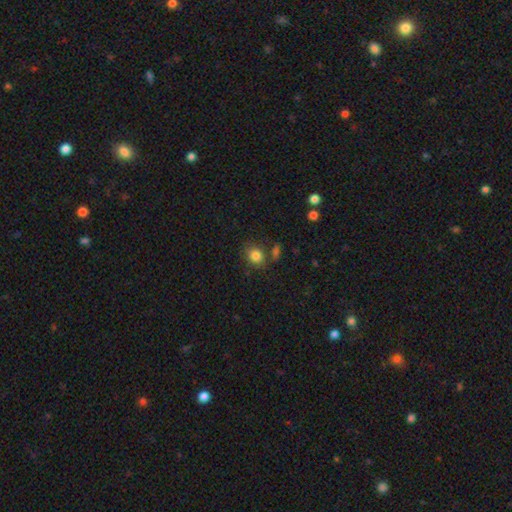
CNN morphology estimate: smooth-or-featured: smooth: 82% | star or artifact: 11% | featured or disk: 7%
  how-rounded: round: 65% | in between: 34% | cigar-shaped: 1%
  merging: none: 72% | minor disturbance: 14% | merger: 10% | major disturbance: 4%